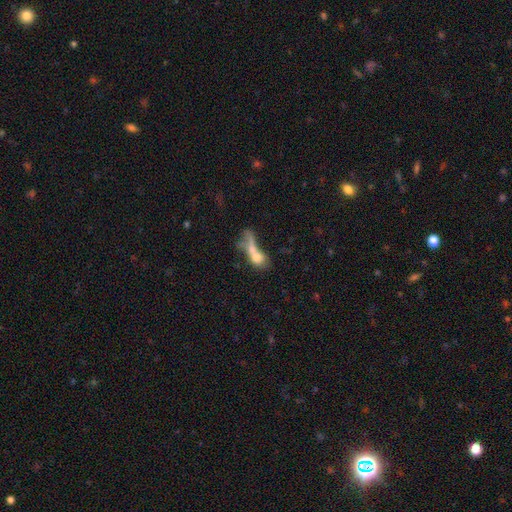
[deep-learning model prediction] Morphology: type=smooth (59%); roundness=in between (47%); merging=merger (51%).